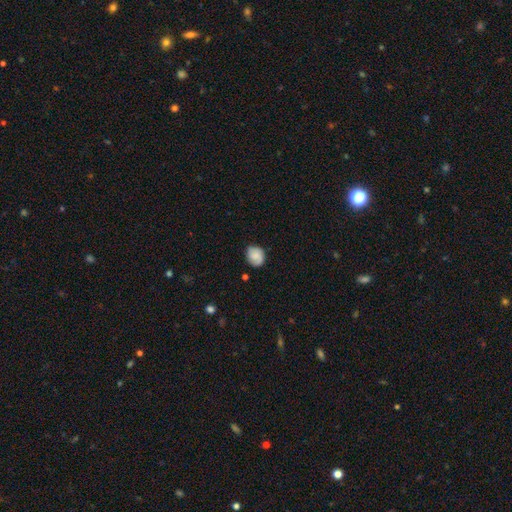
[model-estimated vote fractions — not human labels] smooth_or_featured: smooth (p=0.71) [alt: featured or disk p=0.21]
how_rounded: round (p=0.61) [alt: in between p=0.38]
merging: none (p=0.73) [alt: minor disturbance p=0.21]